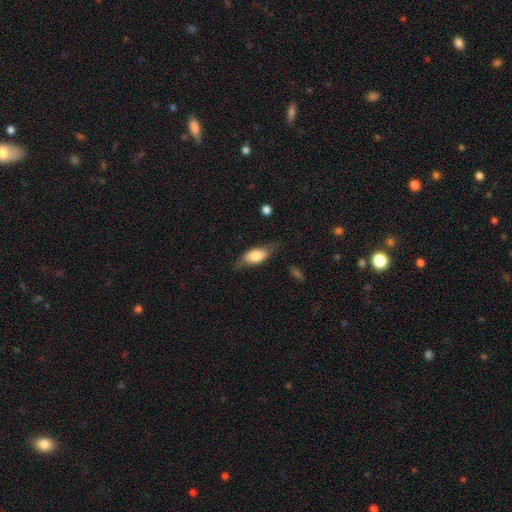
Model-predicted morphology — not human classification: The model was most divided on "merging": none: 63%, minor disturbance: 25%, major disturbance: 9%, merger: 2%. More confident: how rounded — in between (83%); smooth or featured — smooth (74%).